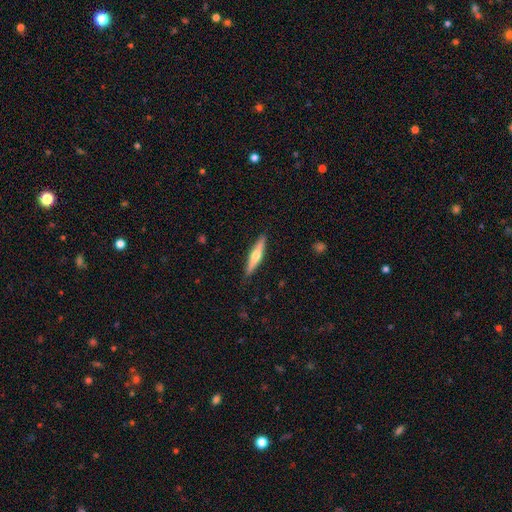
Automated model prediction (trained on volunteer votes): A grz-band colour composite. It shows a featured or disk galaxy (54%) viewed edge-on (96%) with a rounded central bulge (91%). Merging: none (90%).